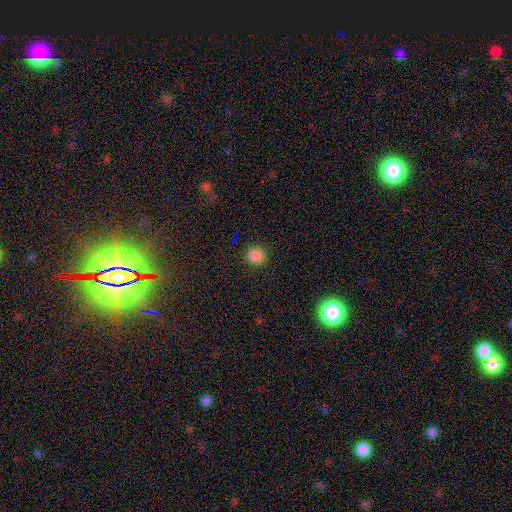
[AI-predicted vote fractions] Overall: smooth (84%). How rounded: round (92%). Merging: none (90%).